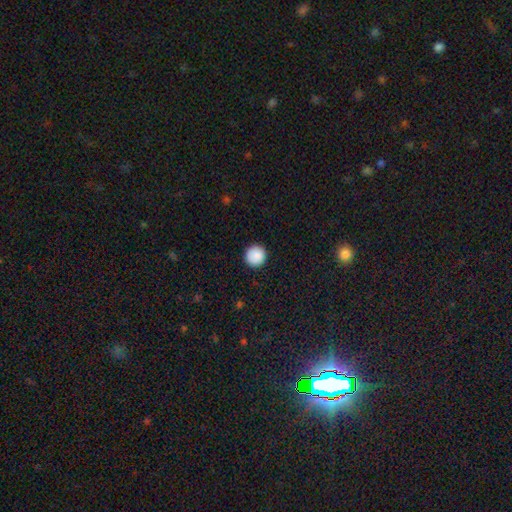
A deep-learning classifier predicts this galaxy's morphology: This is clearly a smooth galaxy (89%). How rounded: clearly round (95%). Merging: clearly none (92%).